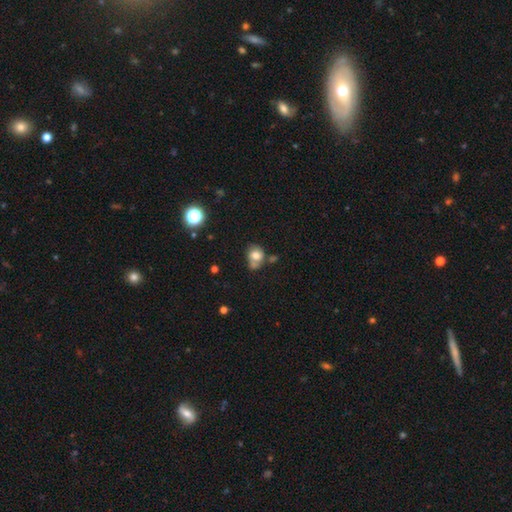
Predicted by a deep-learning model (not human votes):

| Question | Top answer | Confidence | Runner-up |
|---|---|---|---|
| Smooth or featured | smooth | 71% | featured or disk (18%) |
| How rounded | round | 60% | in between (39%) |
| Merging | none | 40% | merger (28%) |